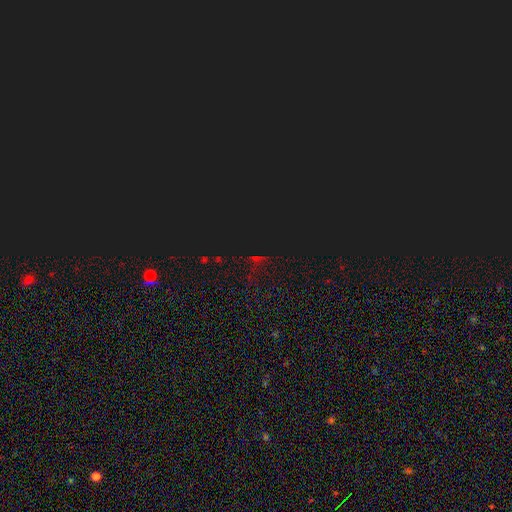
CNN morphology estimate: smooth_or_featured: star or artifact (p=0.79) [alt: smooth p=0.13]